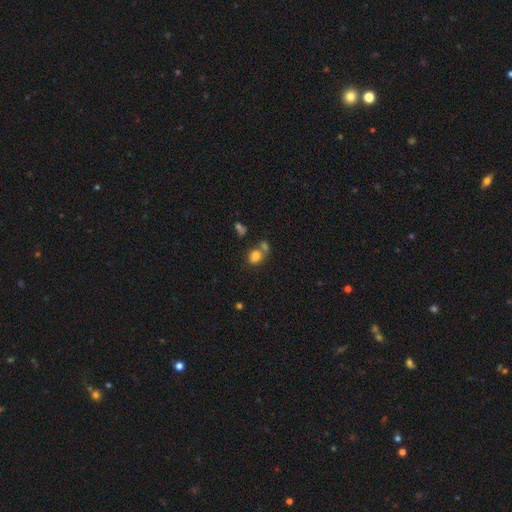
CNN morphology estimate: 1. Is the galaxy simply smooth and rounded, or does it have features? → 76% smooth, 13% star or artifact, 11% featured or disk.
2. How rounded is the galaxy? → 61% in between, 38% round, 1% cigar-shaped.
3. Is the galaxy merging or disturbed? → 41% none, 40% merger, 13% minor disturbance, 7% major disturbance.